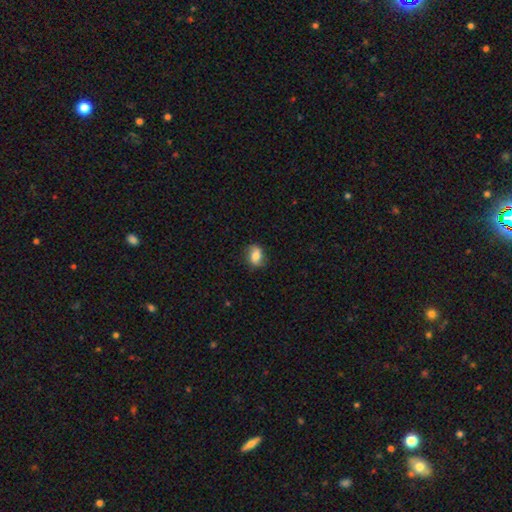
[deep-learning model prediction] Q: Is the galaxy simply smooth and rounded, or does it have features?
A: smooth — 74%.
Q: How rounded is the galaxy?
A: in between — 71%.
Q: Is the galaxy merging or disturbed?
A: none — 79%.